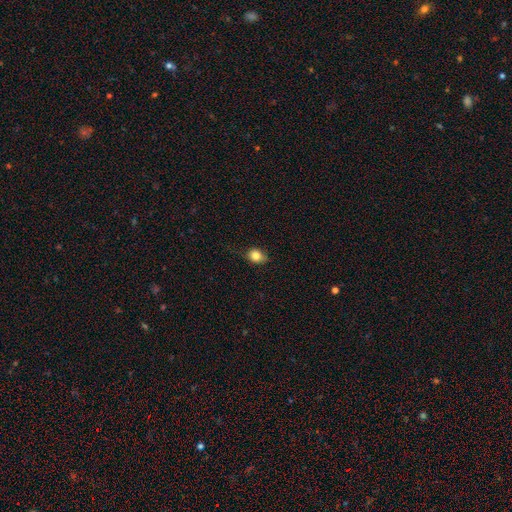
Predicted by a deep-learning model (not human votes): A smooth galaxy with no disk features (82%) that is in between round and cigar-shaped (51%). Merging: none (72%).